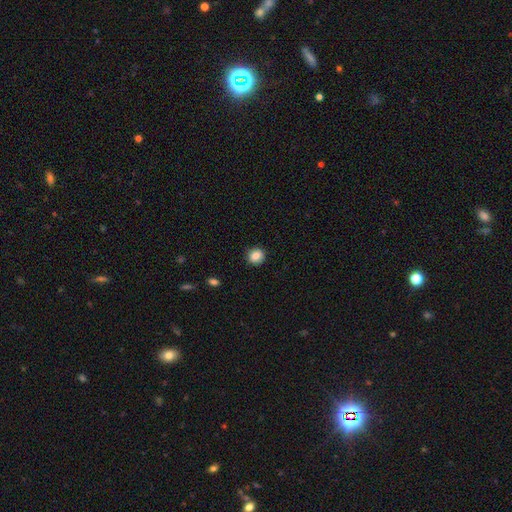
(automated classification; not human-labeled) A smooth galaxy with no disk features (84%) that is round (89%).

Vote fractions:
- Smooth or featured? smooth: 84% / star or artifact: 9% / featured or disk: 6%
- How rounded? round: 89% / in between: 10% / cigar-shaped: 1%
- Merging? none: 91% / minor disturbance: 6% / major disturbance: 2% / merger: 1%